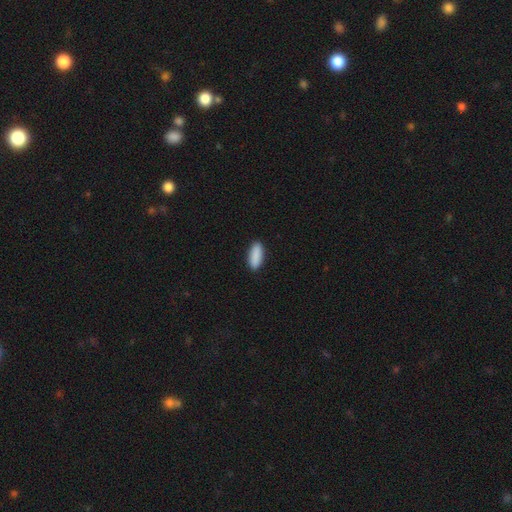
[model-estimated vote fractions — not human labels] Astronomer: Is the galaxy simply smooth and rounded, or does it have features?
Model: smooth — 91%.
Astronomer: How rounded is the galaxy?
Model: in between — 70%.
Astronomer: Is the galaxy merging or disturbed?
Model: none — 90%.